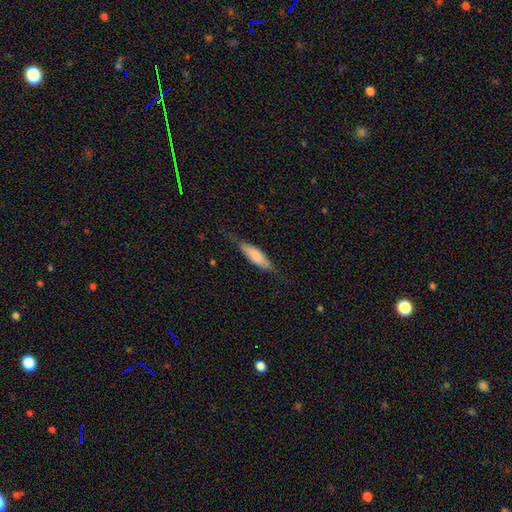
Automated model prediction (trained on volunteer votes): Smooth or featured? smooth (73%)
How rounded? cigar-shaped (61%)
Merging? none (69%)